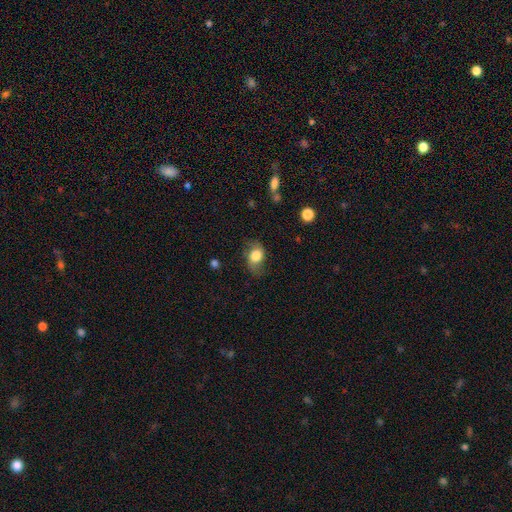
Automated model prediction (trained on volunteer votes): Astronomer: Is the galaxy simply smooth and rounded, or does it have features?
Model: smooth — 69%.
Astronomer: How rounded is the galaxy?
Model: in between — 74%.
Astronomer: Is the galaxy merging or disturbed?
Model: none — 61%.